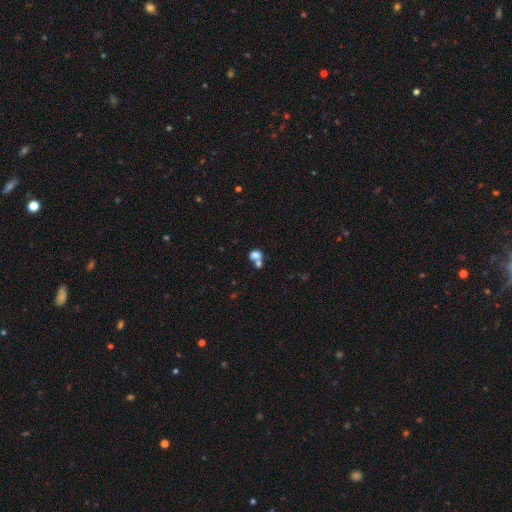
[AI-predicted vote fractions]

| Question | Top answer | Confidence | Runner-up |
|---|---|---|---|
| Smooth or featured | smooth | 76% | featured or disk (13%) |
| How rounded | round | 55% | in between (44%) |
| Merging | merger | 58% | none (30%) |